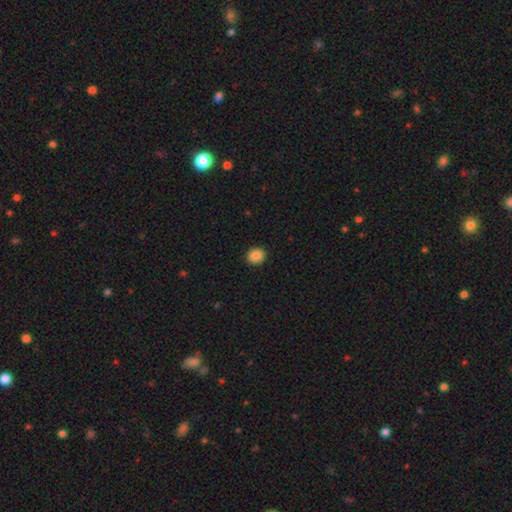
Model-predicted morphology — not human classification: Smooth or featured? smooth (88%)
How rounded? round (75%)
Merging? none (92%)